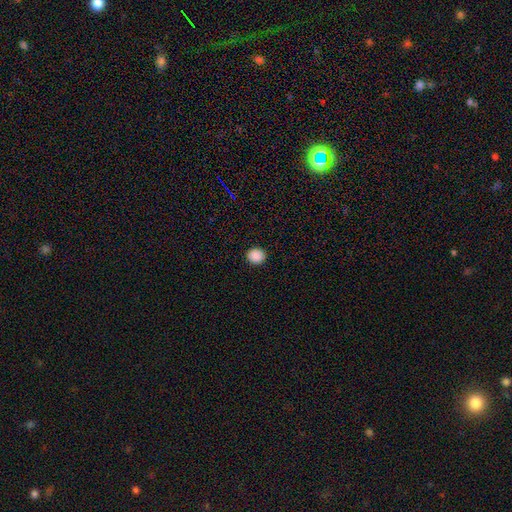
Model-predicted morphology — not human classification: type=smooth (88%); roundness=round (80%); merging=none (91%).